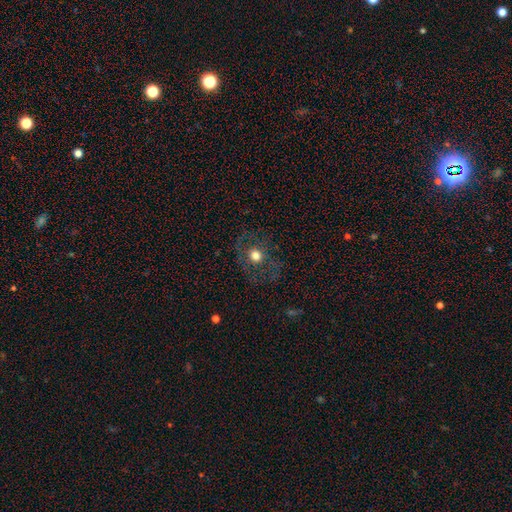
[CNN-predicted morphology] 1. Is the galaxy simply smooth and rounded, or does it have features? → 59% smooth, 28% featured or disk, 14% star or artifact.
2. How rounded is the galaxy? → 77% round, 22% in between, 1% cigar-shaped.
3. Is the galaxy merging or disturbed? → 79% none, 12% minor disturbance, 8% major disturbance, 2% merger.